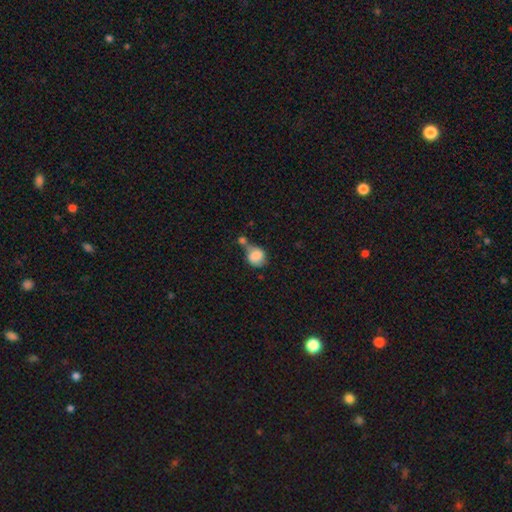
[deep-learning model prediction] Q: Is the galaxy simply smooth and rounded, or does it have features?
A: smooth — 75%.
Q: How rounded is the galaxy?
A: round — 66%.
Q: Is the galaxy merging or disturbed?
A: merger — 38%.